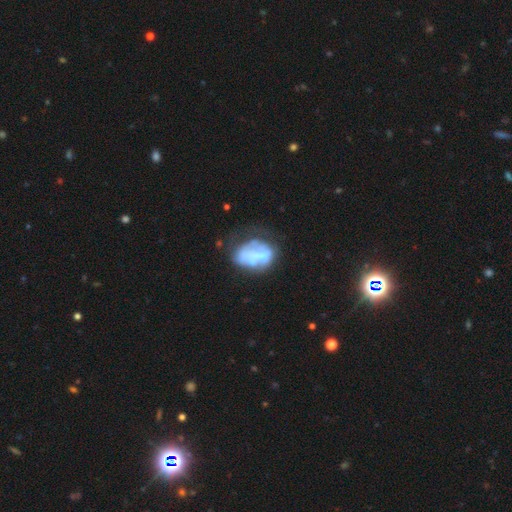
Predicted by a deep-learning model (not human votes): Smooth or featured? Predicted: featured or disk (p=0.55). Edge-on disk? Predicted: no (p=0.97). Bar? Predicted: no (p=0.70). Spiral arms? Predicted: no (p=0.84). Bulge size? Predicted: none (p=0.51). Merging? Predicted: major disturbance (p=0.31).